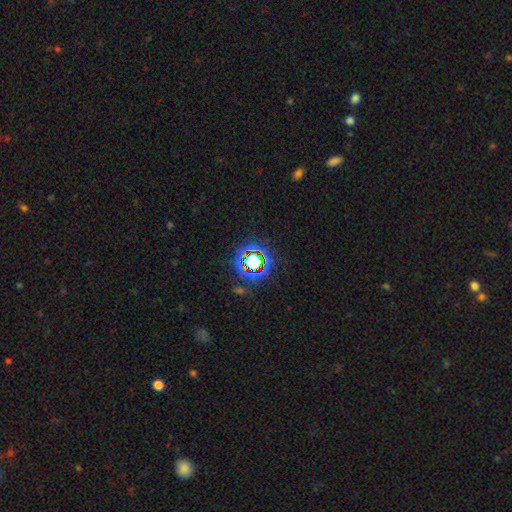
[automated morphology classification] This appears to be a star or artifact, not a galaxy (70%).